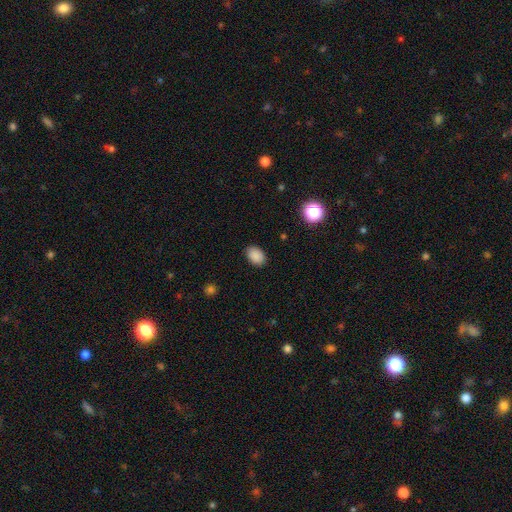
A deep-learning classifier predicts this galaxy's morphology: Q: Smooth or featured?
A: smooth (88%); runner-up: star or artifact (9%)
Q: How rounded?
A: in between (80%); runner-up: round (19%)
Q: Merging?
A: none (88%); runner-up: minor disturbance (9%)